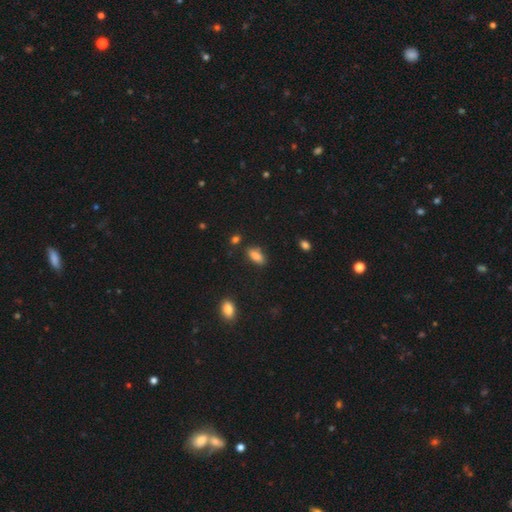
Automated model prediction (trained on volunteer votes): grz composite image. It shows a smooth galaxy with no disk features (83%) that is in between round and cigar-shaped (83%). Merging: none (77%).